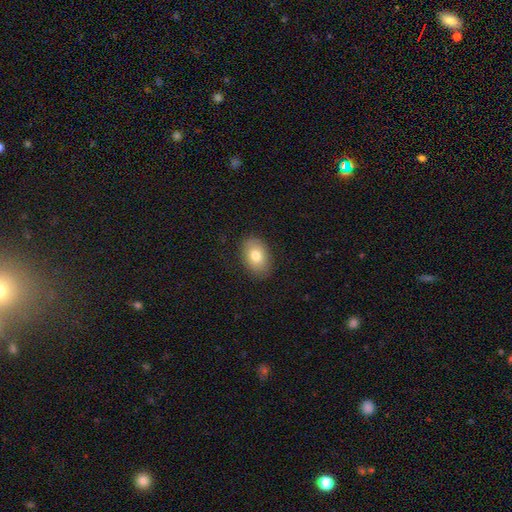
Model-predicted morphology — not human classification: This appears to be a smooth galaxy with no disk features (79%) that is in between round and cigar-shaped (84%). Merging: none (85%).